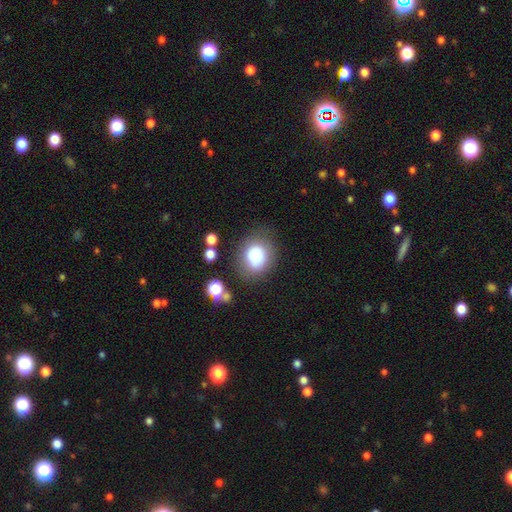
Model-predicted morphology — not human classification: This is clearly a smooth galaxy (81%). How rounded: likely round (66%). Merging: likely none (72%).